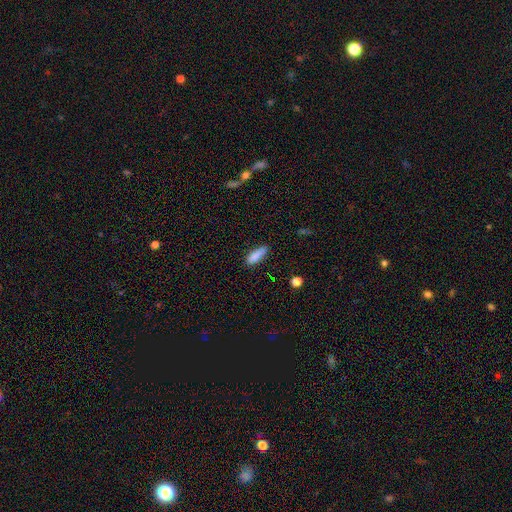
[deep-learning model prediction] smooth-or-featured: smooth: 85% | star or artifact: 8% | featured or disk: 7%
  how-rounded: cigar-shaped: 49% (tied) | in between: 49% (tied) | round: 2%
  merging: none: 74% | minor disturbance: 20% | major disturbance: 4% | merger: 2%